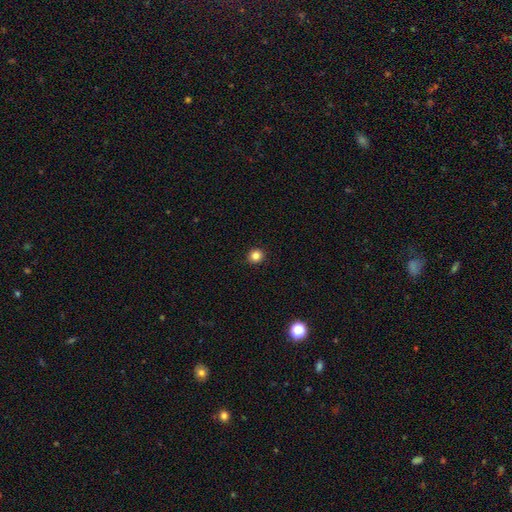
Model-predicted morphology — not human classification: Q: Smooth or featured?
A: smooth (84%); runner-up: star or artifact (12%)
Q: How rounded?
A: round (91%); runner-up: in between (8%)
Q: Merging?
A: none (92%); runner-up: minor disturbance (5%)